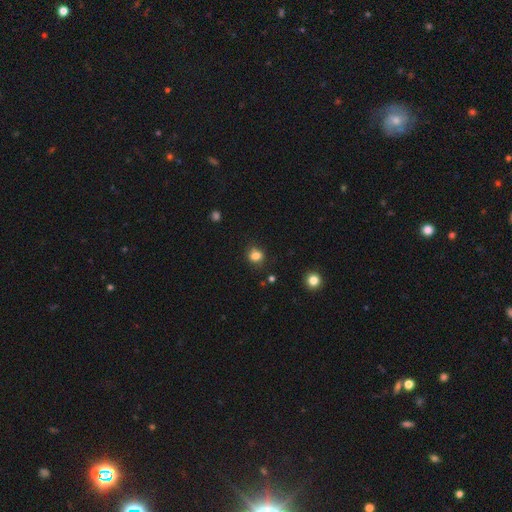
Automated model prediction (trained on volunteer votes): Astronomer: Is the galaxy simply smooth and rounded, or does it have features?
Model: smooth — 80%.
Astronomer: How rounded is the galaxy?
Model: round — 67%.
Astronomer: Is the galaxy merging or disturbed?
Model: none — 73%.